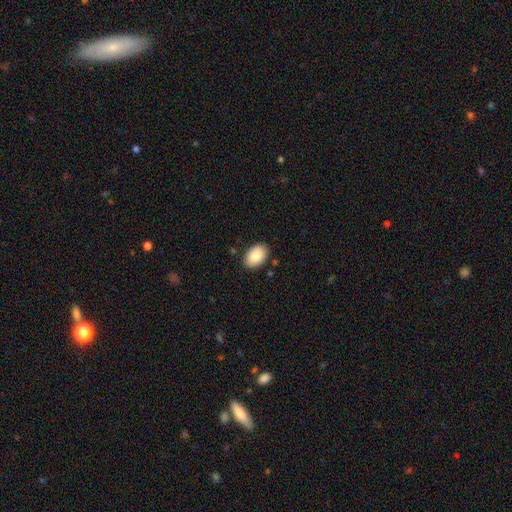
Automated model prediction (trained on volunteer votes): Smooth or featured? smooth (88%)
How rounded? in between (88%)
Merging? none (86%)